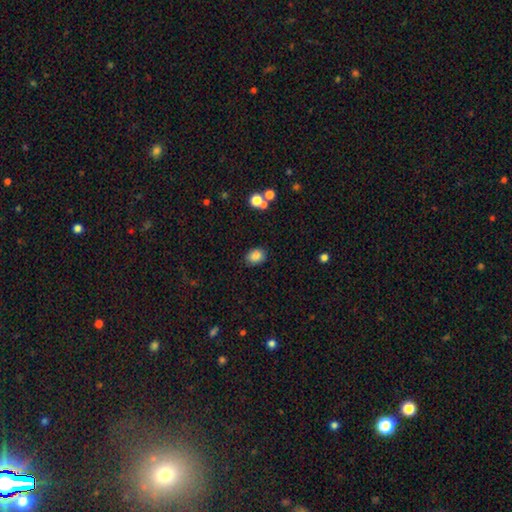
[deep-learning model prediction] smooth_or_featured: smooth (p=0.84) [alt: star or artifact p=0.10]
how_rounded: in between (p=0.59) [alt: round p=0.40]
merging: none (p=0.85) [alt: minor disturbance p=0.10]